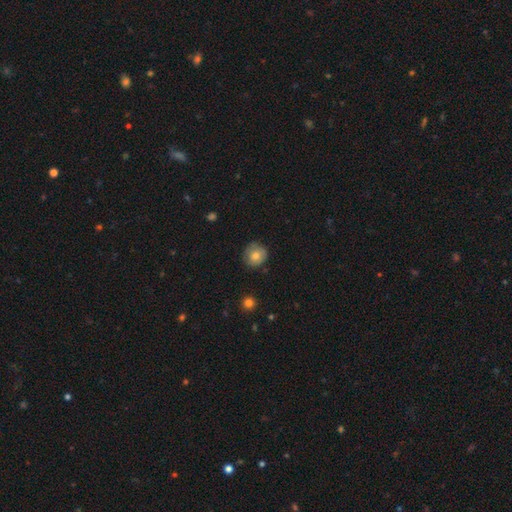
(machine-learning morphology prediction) type=smooth (76%); roundness=round (89%); merging=none (79%).